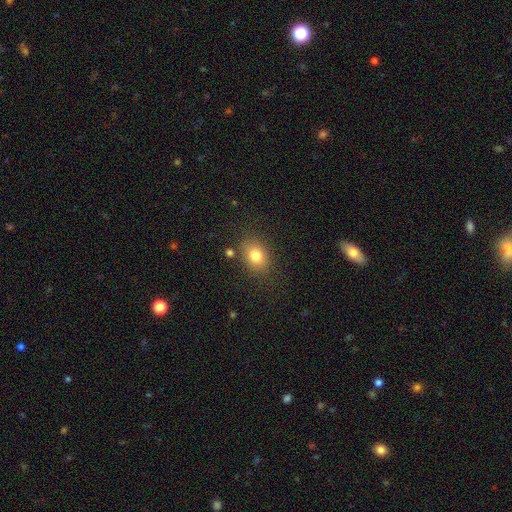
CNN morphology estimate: type=smooth (79%); roundness=in between (61%); merging=none (79%).